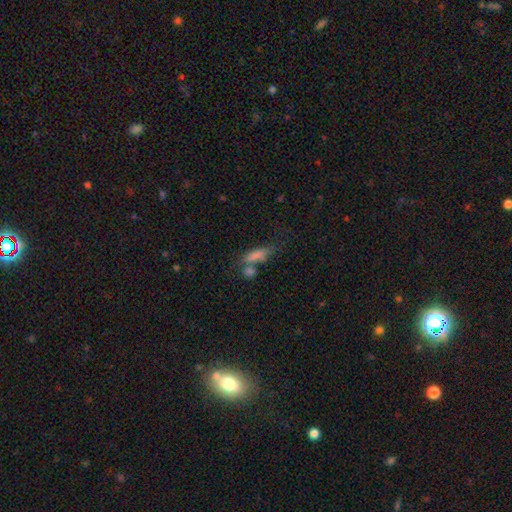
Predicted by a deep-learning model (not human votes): Smooth or featured? Predicted: smooth (p=0.67). How rounded? Predicted: cigar-shaped (p=0.60). Merging? Predicted: none (p=0.46).